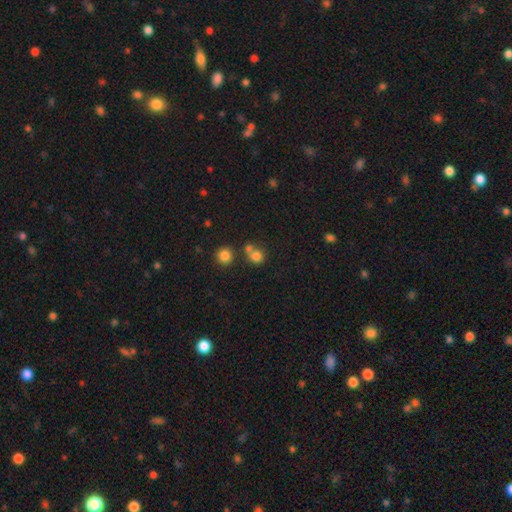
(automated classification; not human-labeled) smooth 77%, star or artifact 15%, featured or disk 8%. Down the decision tree: how rounded — round (83%); merging — none (51%).